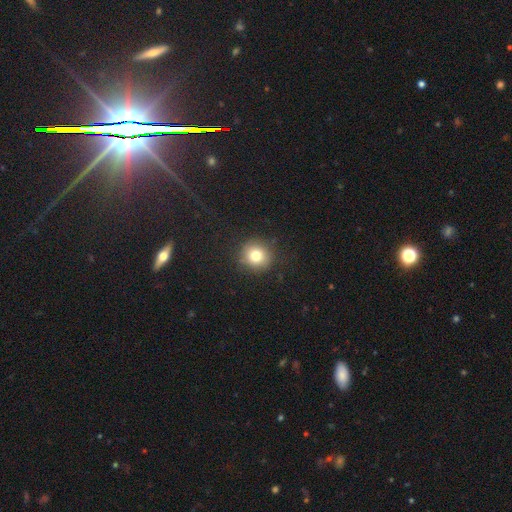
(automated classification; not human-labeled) smooth_or_featured: smooth (p=0.78) [alt: star or artifact p=0.13]
how_rounded: round (p=0.91) [alt: in between p=0.08]
merging: none (p=0.88) [alt: minor disturbance p=0.08]